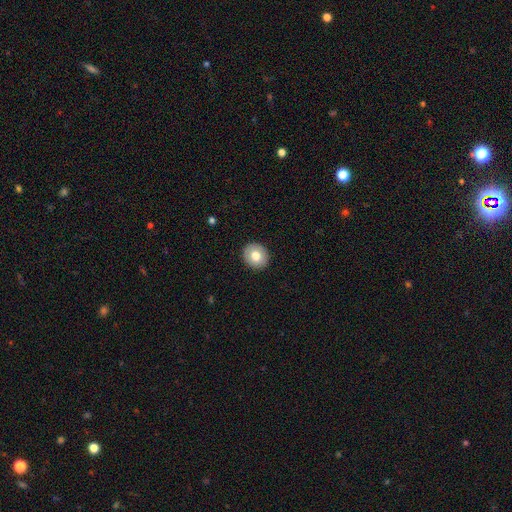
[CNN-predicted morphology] Smooth or featured?
  - smooth: 73% *
  - featured or disk: 19%
  - star or artifact: 8%
How rounded?
  - round: 79% *
  - in between: 21%
  - cigar-shaped: 1%
Merging?
  - none: 91% *
  - minor disturbance: 6%
  - major disturbance: 2%
  - merger: 1%